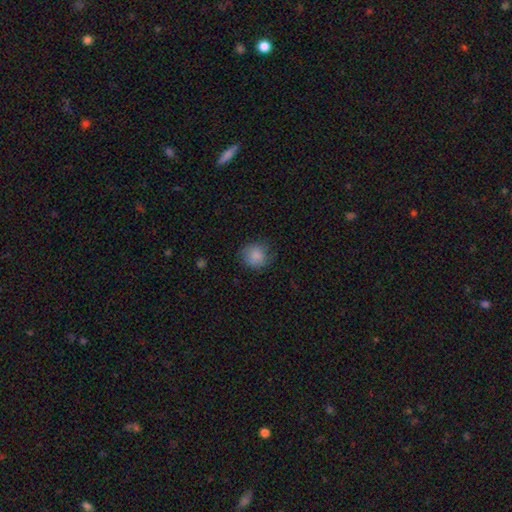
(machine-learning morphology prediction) The model was most divided on "merging": none: 72%, minor disturbance: 20%, major disturbance: 6%, merger: 1%. More confident: smooth or featured — smooth (85%); how rounded — round (83%).